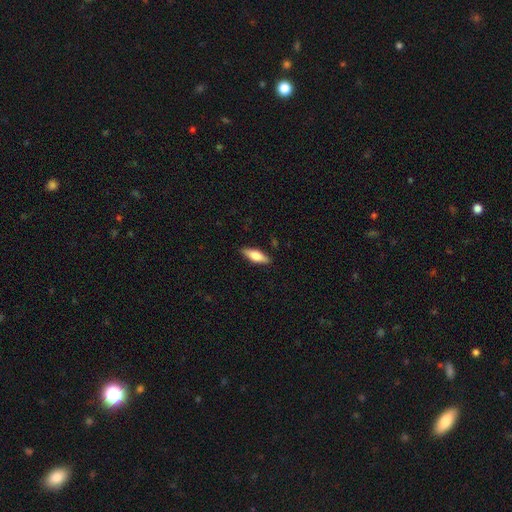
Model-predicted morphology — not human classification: Q: Smooth or featured?
A: smooth (68%); runner-up: featured or disk (26%)
Q: How rounded?
A: in between (57%); runner-up: cigar-shaped (41%)
Q: Merging?
A: none (86%); runner-up: minor disturbance (11%)